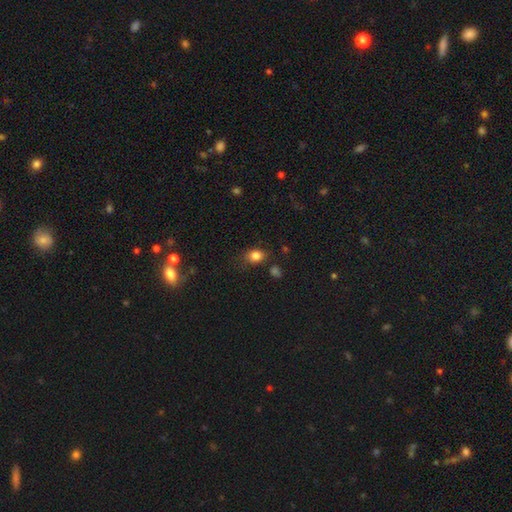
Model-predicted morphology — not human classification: Overall: smooth (82%). How rounded: in between (57%; round 41%). Merging: none (70%).